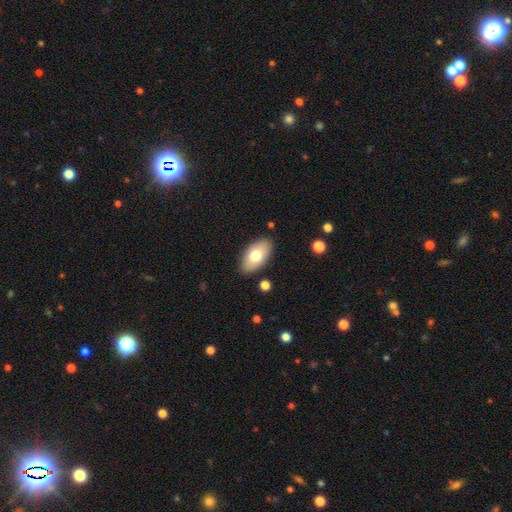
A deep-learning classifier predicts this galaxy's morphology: The model was most divided on "smooth or featured": smooth: 74%, featured or disk: 20%, star or artifact: 6%. More confident: how rounded — in between (94%); merging — none (87%).